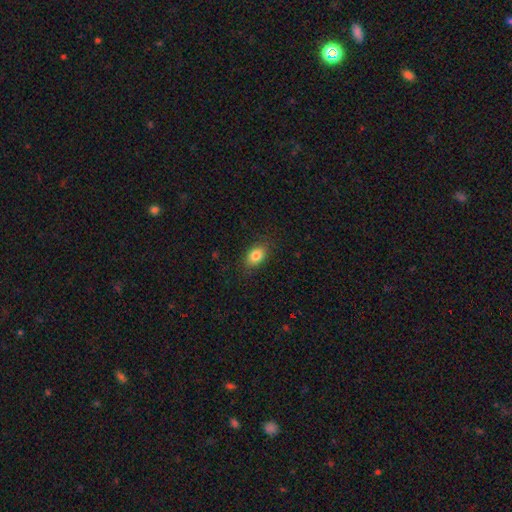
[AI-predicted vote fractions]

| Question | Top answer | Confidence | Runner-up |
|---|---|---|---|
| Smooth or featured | smooth | 84% | star or artifact (9%) |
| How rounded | in between | 83% | round (15%) |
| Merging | none | 86% | minor disturbance (10%) |